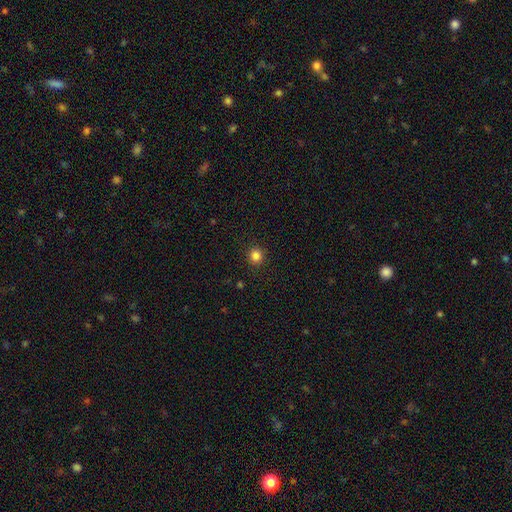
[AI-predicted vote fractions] Smooth or featured: smooth — 83% (star or artifact — 13%)
How rounded: round — 93% (in between — 6%)
Merging: none — 92% (minor disturbance — 5%)